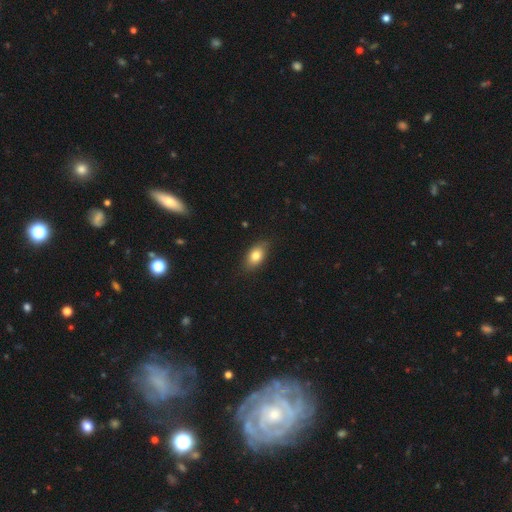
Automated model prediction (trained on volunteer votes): Smooth or featured: smooth — 80% (featured or disk — 12%)
How rounded: in between — 88% (round — 9%)
Merging: none — 81% (minor disturbance — 16%)